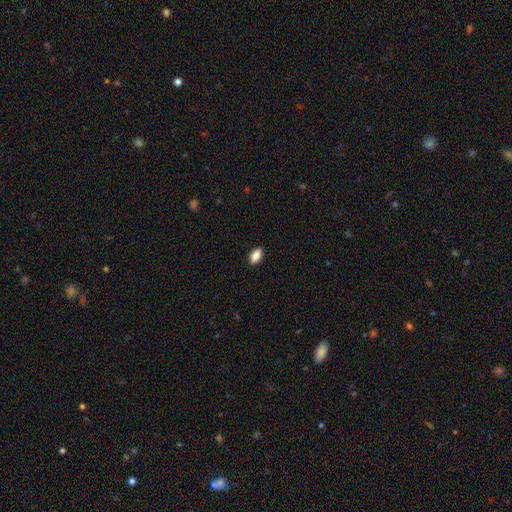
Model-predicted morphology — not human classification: Smooth or featured?
  - smooth: 88% *
  - star or artifact: 7%
  - featured or disk: 5%
How rounded?
  - in between: 91% *
  - round: 5%
  - cigar-shaped: 4%
Merging?
  - none: 90% *
  - minor disturbance: 8%
  - major disturbance: 2%
  - merger: 1%